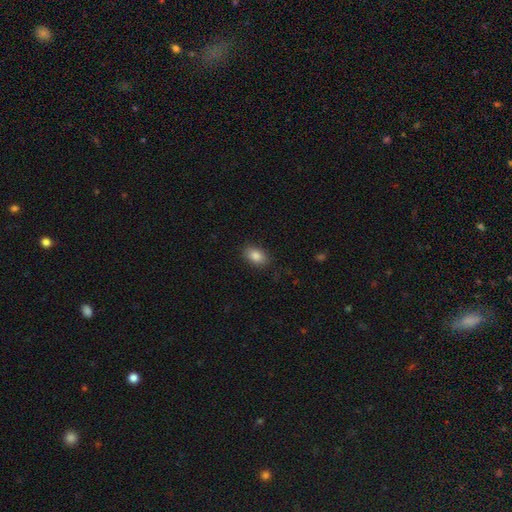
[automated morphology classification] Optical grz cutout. It shows a smooth galaxy with no disk features (86%) that is in between round and cigar-shaped (87%). Merging: none (87%).